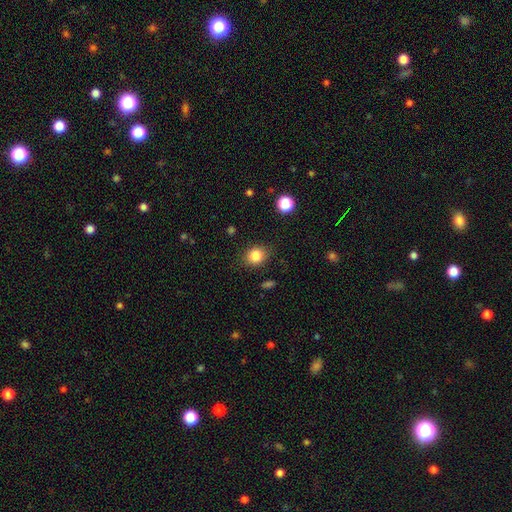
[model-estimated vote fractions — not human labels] This appears to be a smooth galaxy with no disk features (84%) that is round (62%). Merging: none (84%).